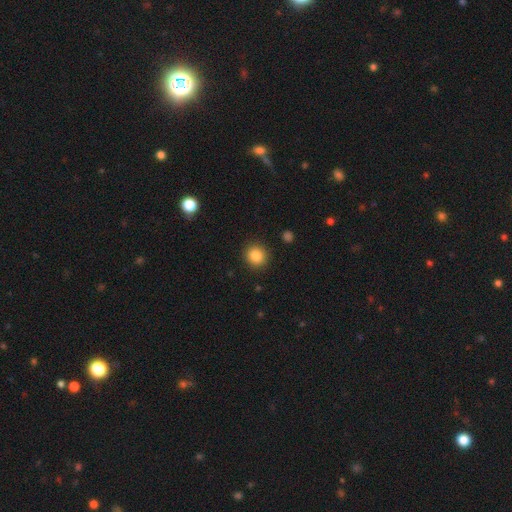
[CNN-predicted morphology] smooth-or-featured: smooth: 85% | star or artifact: 10% | featured or disk: 5%
  how-rounded: round: 89% | in between: 10% | cigar-shaped: 1%
  merging: none: 91% | minor disturbance: 6% | major disturbance: 2% | merger: 1%